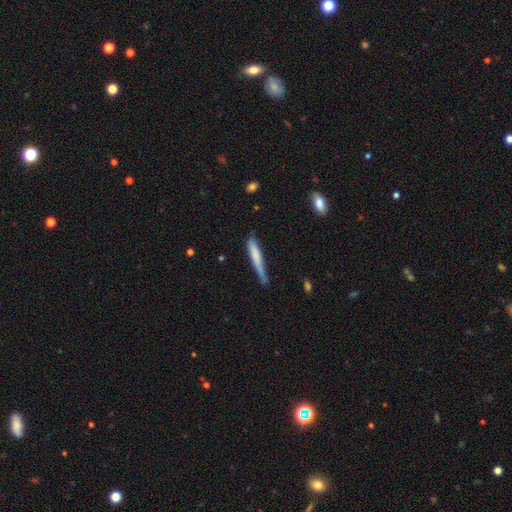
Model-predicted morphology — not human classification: smooth_or_featured: smooth (p=0.66) [alt: featured or disk p=0.28]
how_rounded: cigar-shaped (p=0.93) [alt: in between p=0.06]
merging: none (p=0.51) [alt: minor disturbance p=0.35]